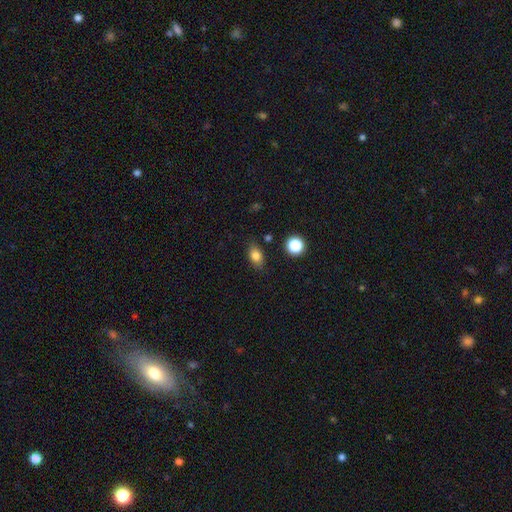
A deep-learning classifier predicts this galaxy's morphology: Q: Smooth or featured?
A: smooth (81%); runner-up: star or artifact (11%)
Q: How rounded?
A: in between (79%); runner-up: round (19%)
Q: Merging?
A: none (83%); runner-up: minor disturbance (12%)